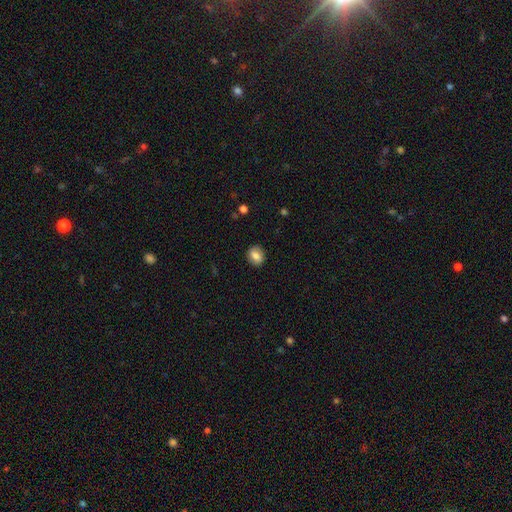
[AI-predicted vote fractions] smooth_or_featured: smooth (p=0.78) [alt: featured or disk p=0.14]
how_rounded: round (p=0.59) [alt: in between p=0.40]
merging: none (p=0.88) [alt: minor disturbance p=0.08]